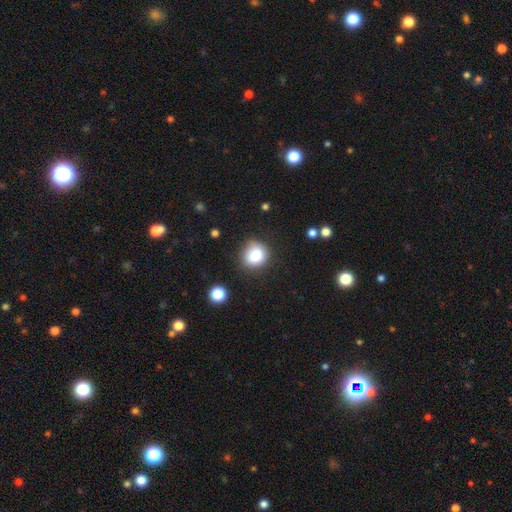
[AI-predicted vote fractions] Overall: smooth (81%). How rounded: round (82%). Merging: none (78%).